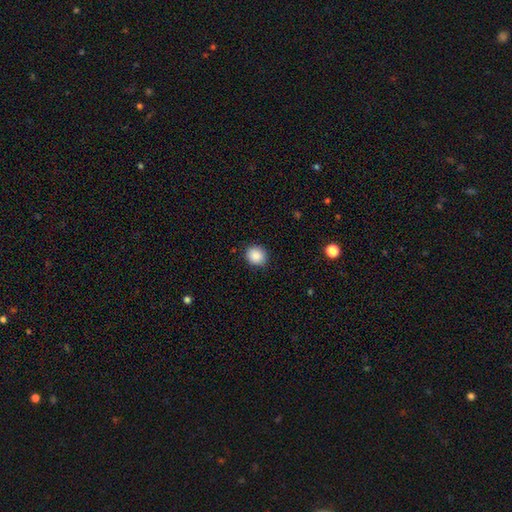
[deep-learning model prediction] A smooth galaxy with no disk features (88%) that is round (82%).

Vote fractions:
- Smooth or featured? smooth: 88% / star or artifact: 9% / featured or disk: 3%
- How rounded? round: 82% / in between: 17% / cigar-shaped: 1%
- Merging? none: 89% / minor disturbance: 8% / major disturbance: 2% / merger: 1%